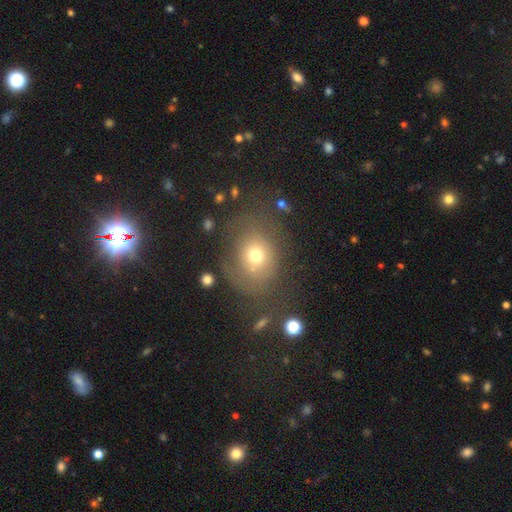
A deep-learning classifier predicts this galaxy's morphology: Smooth or featured? Predicted: smooth (p=0.67). How rounded? Predicted: round (p=0.60). Merging? Predicted: none (p=0.58).